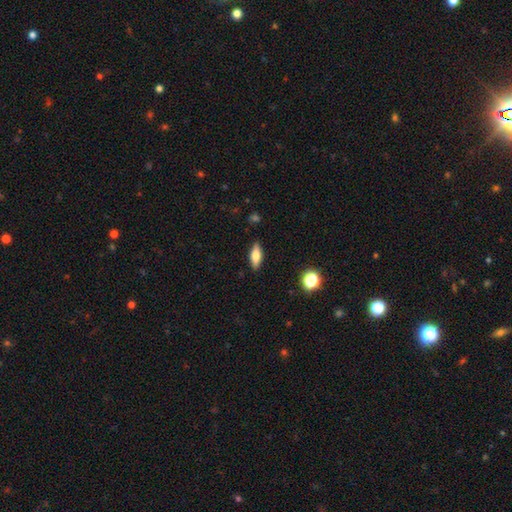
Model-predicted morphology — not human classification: Smooth or featured? smooth (60%)
How rounded? in between (63%)
Merging? none (88%)